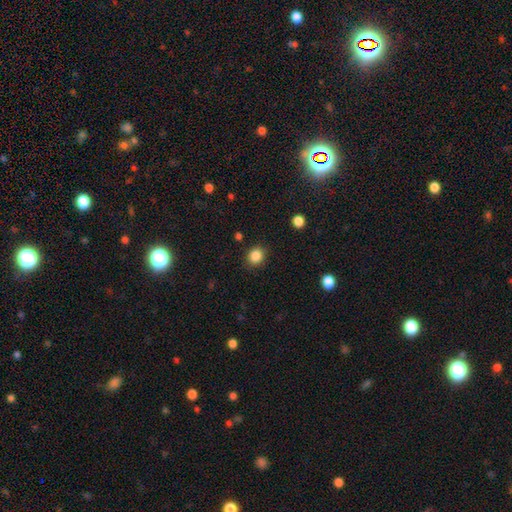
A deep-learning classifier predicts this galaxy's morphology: The model was most divided on "how rounded": round: 70%, in between: 29%, cigar-shaped: 1%. More confident: merging — none (86%); smooth or featured — smooth (86%).